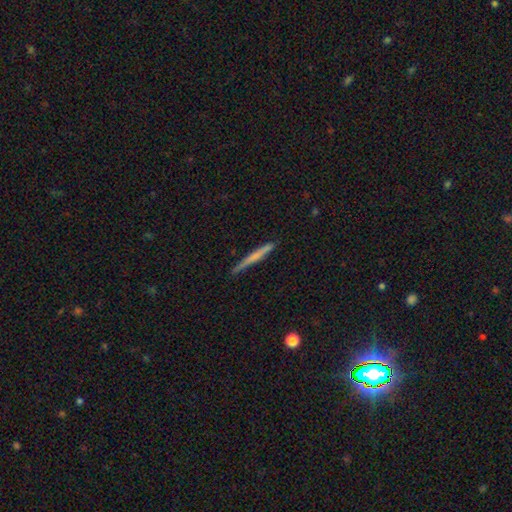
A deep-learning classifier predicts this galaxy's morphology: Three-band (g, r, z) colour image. It shows a smooth galaxy with no disk features (53%) that is cigar-shaped (96%). Merging: none (87%).